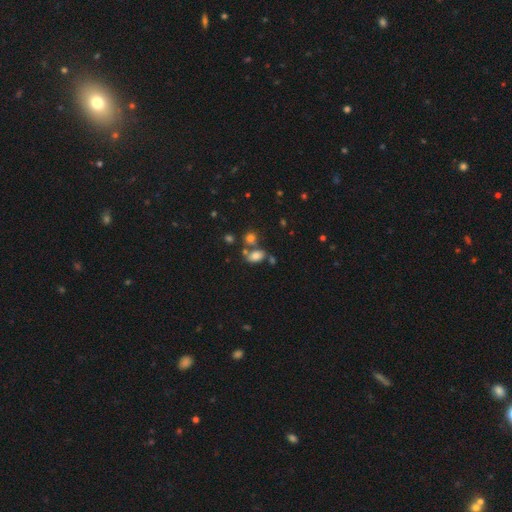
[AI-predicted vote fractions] Smooth or featured? Predicted: smooth (p=0.76). How rounded? Predicted: in between (p=0.86). Merging? Predicted: none (p=0.56).